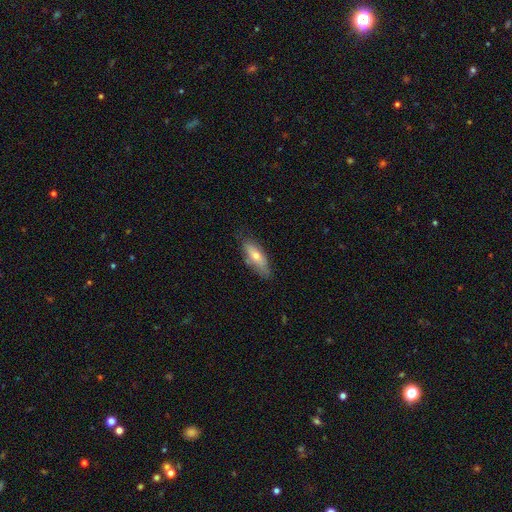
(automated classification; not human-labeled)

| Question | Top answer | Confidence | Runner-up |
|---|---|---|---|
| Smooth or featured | smooth | 59% | featured or disk (34%) |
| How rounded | in between | 57% | cigar-shaped (40%) |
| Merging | none | 73% | minor disturbance (20%) |